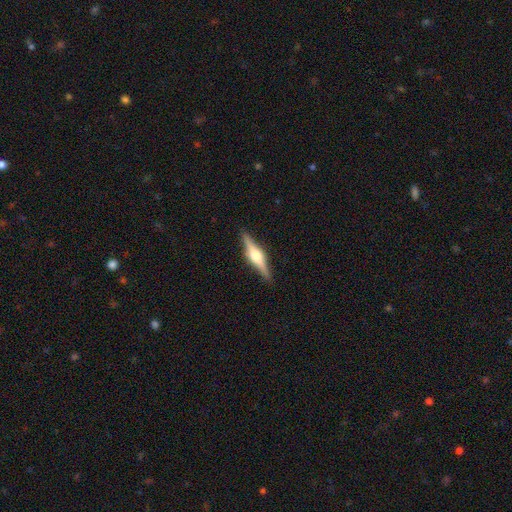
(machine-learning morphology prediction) A featured or disk galaxy (74%) viewed edge-on (98%) with a rounded central bulge (91%).

Vote fractions:
- Smooth or featured? featured or disk: 74% / smooth: 21% / star or artifact: 5%
- Edge-on disk? yes: 98% / no: 2%
- Edge-on bulge? rounded: 91% / boxy: 7% / none: 2%
- Merging? none: 90% / minor disturbance: 7% / major disturbance: 2% / merger: 1%